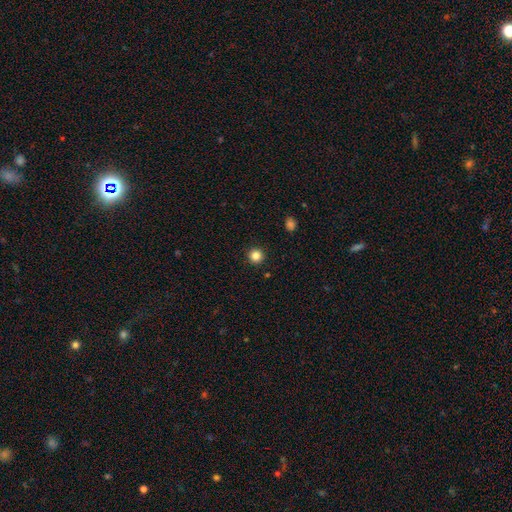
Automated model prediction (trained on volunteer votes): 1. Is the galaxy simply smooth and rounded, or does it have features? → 84% smooth, 12% star or artifact, 4% featured or disk.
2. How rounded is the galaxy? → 95% round, 4% in between, 1% cigar-shaped.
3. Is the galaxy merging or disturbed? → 93% none, 5% minor disturbance, 2% major disturbance, 1% merger.